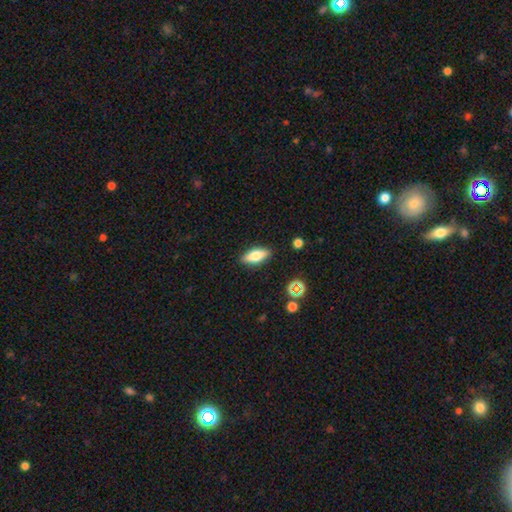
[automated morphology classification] A smooth galaxy with no disk features (69%) that is in between round and cigar-shaped (70%).

Vote fractions:
- Smooth or featured? smooth: 69% / featured or disk: 23% / star or artifact: 8%
- How rounded? in between: 70% / cigar-shaped: 27% / round: 3%
- Merging? none: 87% / minor disturbance: 9% / major disturbance: 2% / merger: 2%